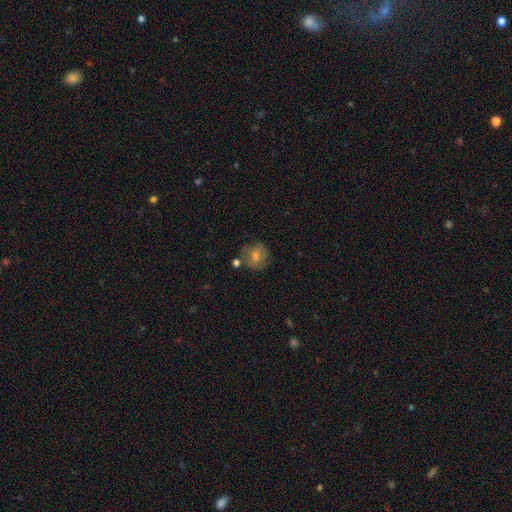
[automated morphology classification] A smooth galaxy with no disk features (57%) that is round (81%).

Vote fractions:
- Smooth or featured? smooth: 57% / featured or disk: 29% / star or artifact: 15%
- How rounded? round: 81% / in between: 17% / cigar-shaped: 1%
- Merging? none: 75% / minor disturbance: 14% / merger: 7% / major disturbance: 4%